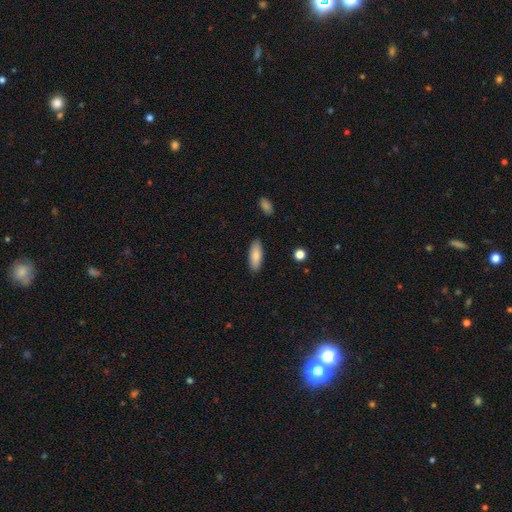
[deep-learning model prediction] smooth_or_featured: smooth (p=0.84) [alt: featured or disk p=0.10]
how_rounded: in between (p=0.65) [alt: cigar-shaped p=0.34]
merging: none (p=0.88) [alt: minor disturbance p=0.09]